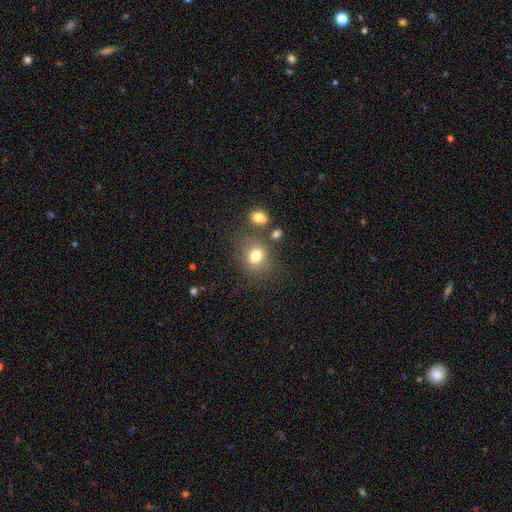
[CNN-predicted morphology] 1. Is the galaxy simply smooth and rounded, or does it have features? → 77% smooth, 13% star or artifact, 10% featured or disk.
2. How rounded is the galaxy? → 66% round, 33% in between, 1% cigar-shaped.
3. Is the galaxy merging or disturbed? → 70% none, 14% minor disturbance, 11% merger, 6% major disturbance.